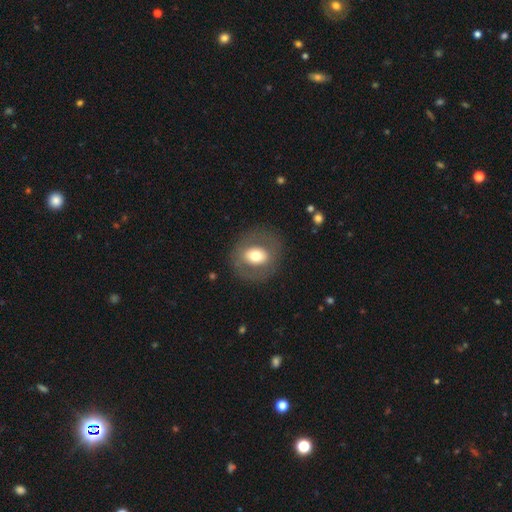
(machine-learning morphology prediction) smooth-or-featured: smooth: 57% | featured or disk: 35% | star or artifact: 8%
  how-rounded: round: 65% | in between: 34% | cigar-shaped: 1%
  merging: none: 82% | minor disturbance: 10% | major disturbance: 7% | merger: 1%